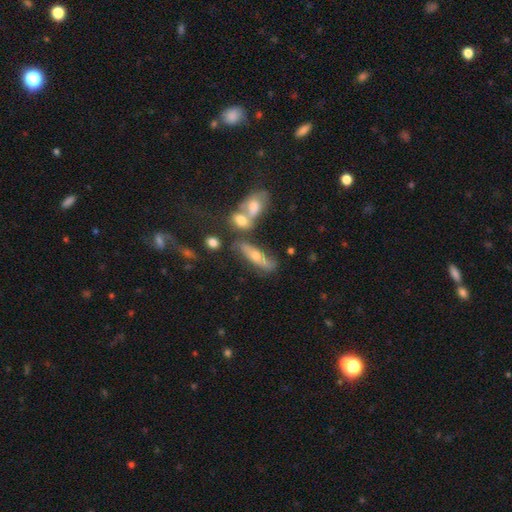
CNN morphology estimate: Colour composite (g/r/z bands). It shows a featured or disk galaxy (48%). Merging: none (52%).